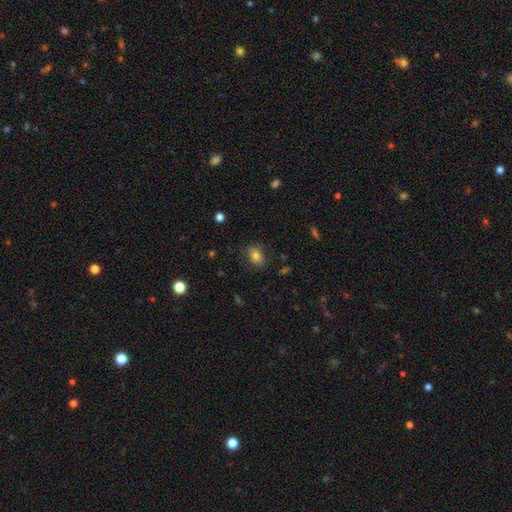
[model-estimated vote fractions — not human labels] Q: Smooth or featured?
A: smooth (79%); runner-up: featured or disk (10%)
Q: How rounded?
A: in between (74%); runner-up: round (25%)
Q: Merging?
A: none (81%); runner-up: minor disturbance (14%)